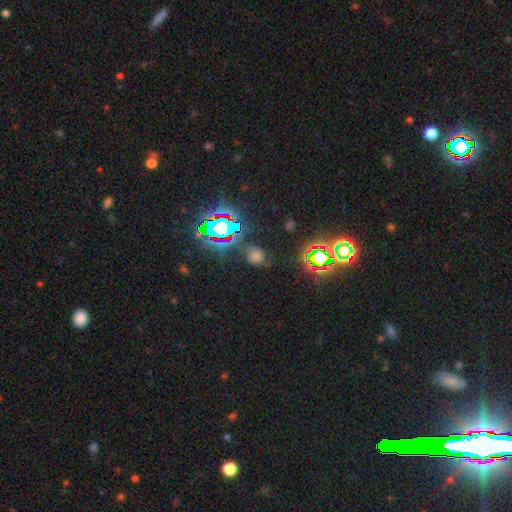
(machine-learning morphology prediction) star or artifact 53%, smooth 36%, featured or disk 11%.